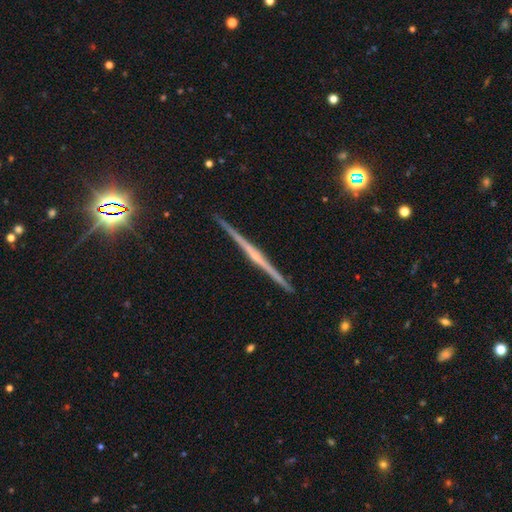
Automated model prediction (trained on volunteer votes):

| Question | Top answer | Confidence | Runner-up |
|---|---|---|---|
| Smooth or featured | featured or disk | 80% | smooth (12%) |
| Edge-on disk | yes | 99% | no (1%) |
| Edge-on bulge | rounded | 49% | none (41%) |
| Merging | none | 92% | minor disturbance (5%) |